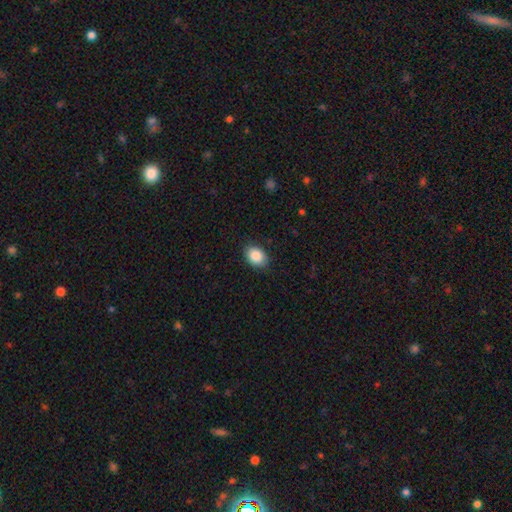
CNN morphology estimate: A smooth galaxy with no disk features (88%) that is in between round and cigar-shaped (74%).

Vote fractions:
- Smooth or featured? smooth: 88% / star or artifact: 8% / featured or disk: 5%
- How rounded? in between: 74% / round: 25% / cigar-shaped: 1%
- Merging? none: 87% / minor disturbance: 10% / major disturbance: 2% / merger: 1%